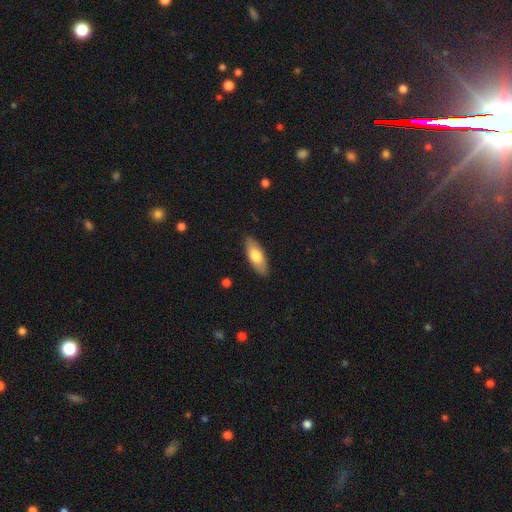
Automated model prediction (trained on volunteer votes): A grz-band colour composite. It shows a smooth galaxy with no disk features (72%) that is in between round and cigar-shaped (75%). Merging: none (88%).